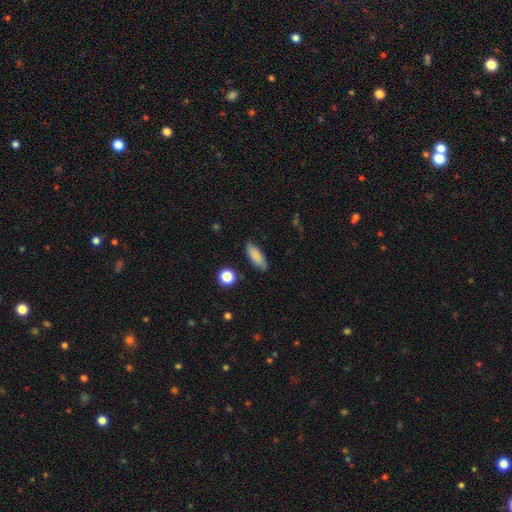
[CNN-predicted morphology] Smooth or featured? smooth (84%)
How rounded? in between (68%)
Merging? none (82%)